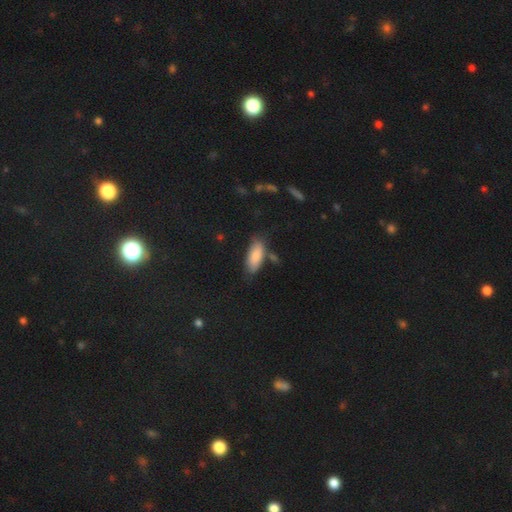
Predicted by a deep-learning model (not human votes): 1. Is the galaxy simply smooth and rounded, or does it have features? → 84% smooth, 9% featured or disk, 6% star or artifact.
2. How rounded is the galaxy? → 80% in between, 18% cigar-shaped, 2% round.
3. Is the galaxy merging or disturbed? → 68% none, 20% minor disturbance, 7% merger, 5% major disturbance.